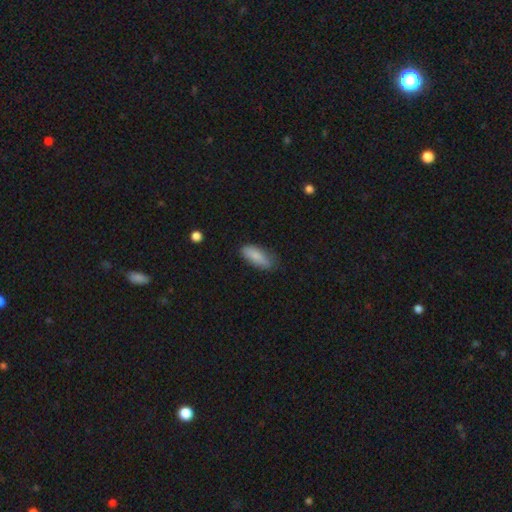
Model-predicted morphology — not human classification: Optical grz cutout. It shows a smooth galaxy with no disk features (83%) that is in between round and cigar-shaped (74%). Merging: none (74%).